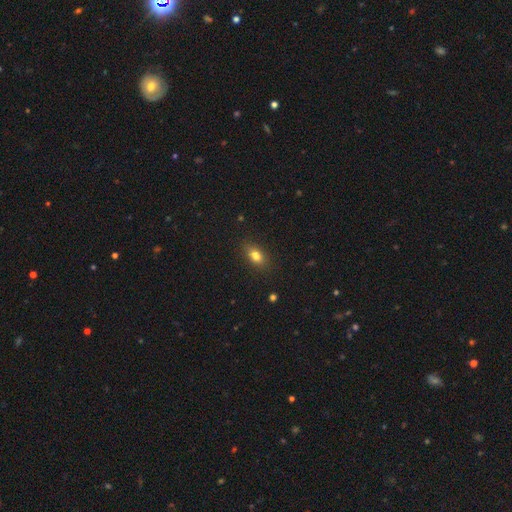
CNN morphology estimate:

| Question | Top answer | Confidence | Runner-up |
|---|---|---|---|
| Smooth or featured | smooth | 81% | star or artifact (10%) |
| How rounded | in between | 80% | round (16%) |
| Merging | none | 86% | minor disturbance (10%) |